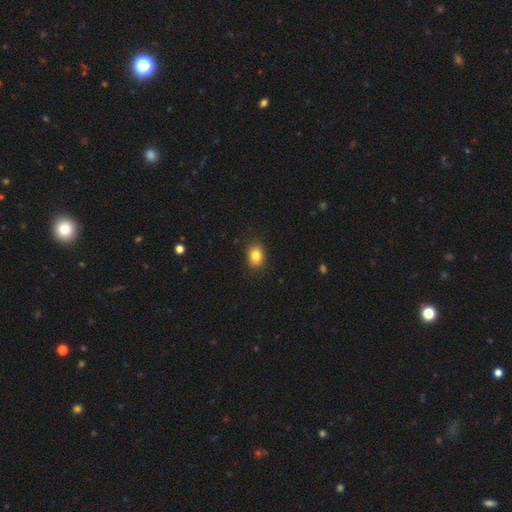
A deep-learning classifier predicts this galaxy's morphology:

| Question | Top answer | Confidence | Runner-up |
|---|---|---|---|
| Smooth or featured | smooth | 84% | star or artifact (10%) |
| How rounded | in between | 58% | round (41%) |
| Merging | none | 86% | minor disturbance (10%) |